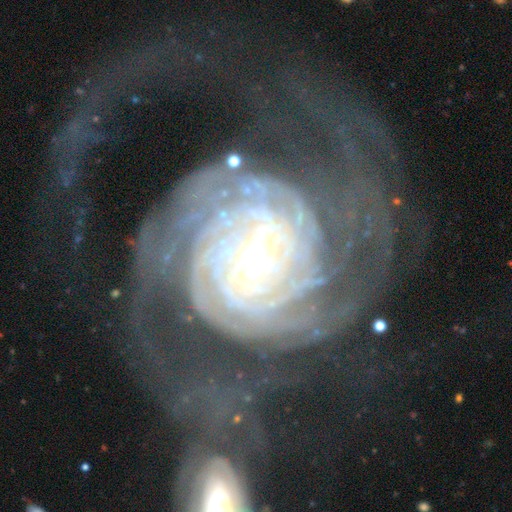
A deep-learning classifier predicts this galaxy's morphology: Overall: featured or disk (91%). Edge-on disk: no (97%). Bar: no (54%; weak 29%). Spiral arms: yes (97%). Spiral arm count: can't tell (26%; 2 19%). Spiral winding: tight (73%). Bulge size: moderate (63%; small 26%). Merging: none (61%).